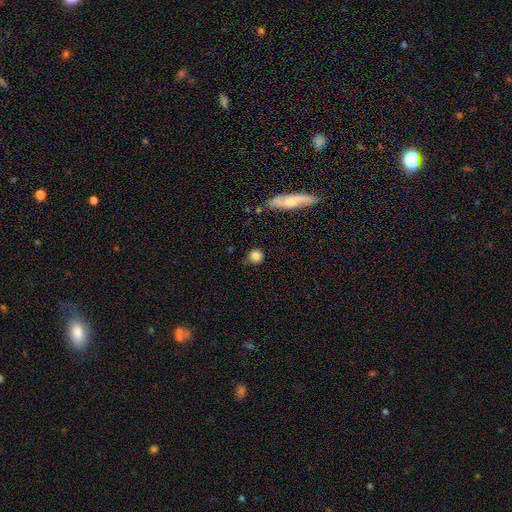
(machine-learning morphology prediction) A smooth galaxy with no disk features (81%) that is round (89%). Merging: none (74%).